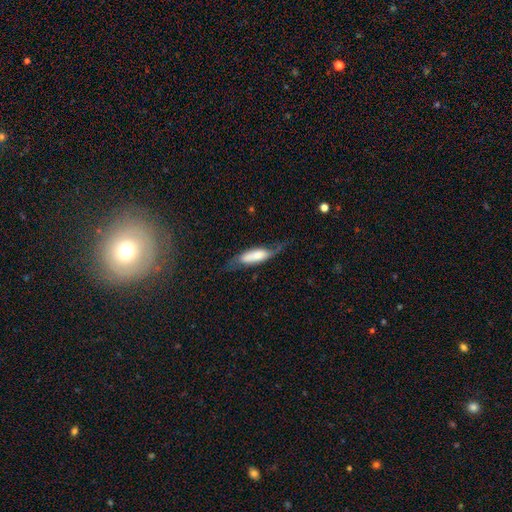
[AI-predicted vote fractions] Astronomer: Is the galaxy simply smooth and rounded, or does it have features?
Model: smooth — 48% (runner-up: featured or disk, 45%).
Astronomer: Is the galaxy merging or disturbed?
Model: none — 50% (runner-up: minor disturbance, 27%).